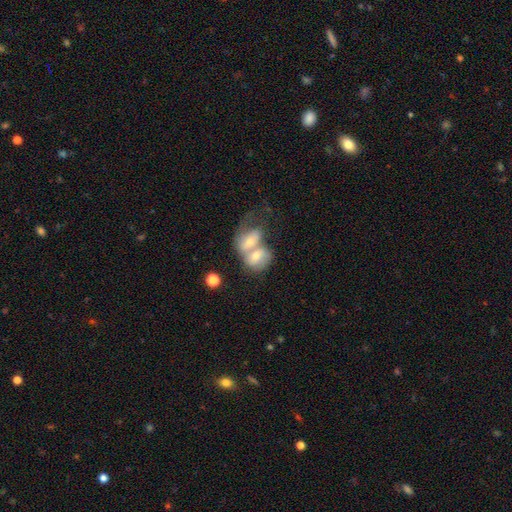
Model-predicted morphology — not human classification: This appears to be a smooth galaxy with no disk features (52%) that is in between round and cigar-shaped (65%). Merging: merger (79%).